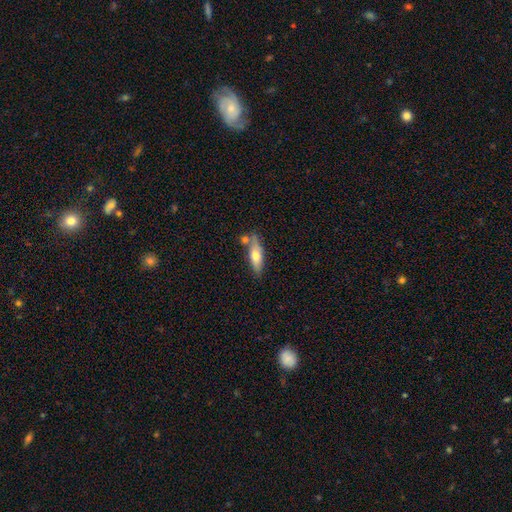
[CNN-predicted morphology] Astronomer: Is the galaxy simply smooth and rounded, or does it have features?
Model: smooth — 62%.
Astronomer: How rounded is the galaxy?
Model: in between — 55% (runner-up: cigar-shaped, 42%).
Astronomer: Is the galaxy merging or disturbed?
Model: none — 58%.